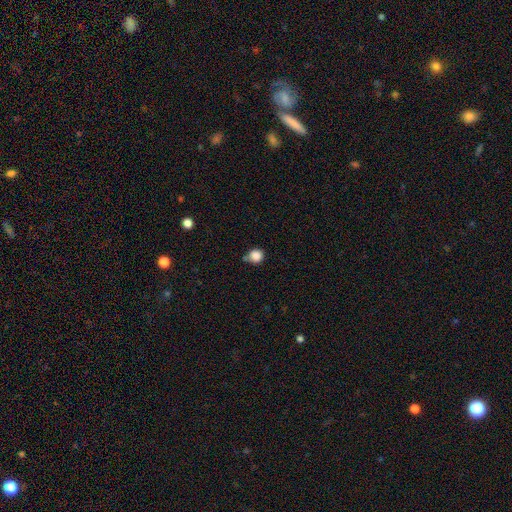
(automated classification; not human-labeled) Morphology: type=smooth (86%); roundness=round (90%); merging=none (68%).